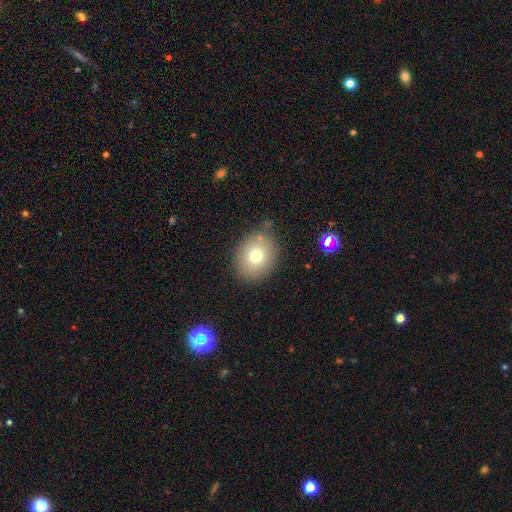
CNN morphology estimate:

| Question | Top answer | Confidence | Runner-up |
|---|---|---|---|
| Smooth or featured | smooth | 74% | featured or disk (14%) |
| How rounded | round | 61% | in between (39%) |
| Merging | none | 79% | minor disturbance (13%) |